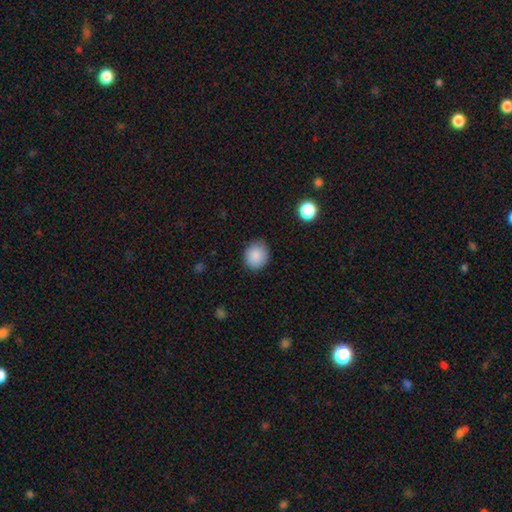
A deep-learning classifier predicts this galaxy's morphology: Smooth or featured: smooth — 87% (star or artifact — 8%)
How rounded: round — 70% (in between — 29%)
Merging: none — 84% (minor disturbance — 12%)